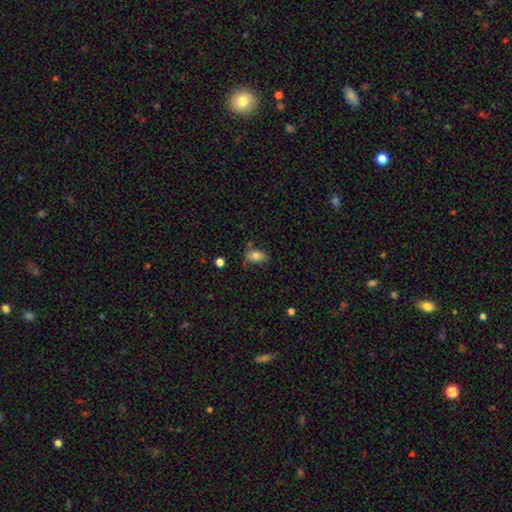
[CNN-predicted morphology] This is likely a smooth galaxy (79%). How rounded: clearly in between (86%). Merging: likely none (66%).